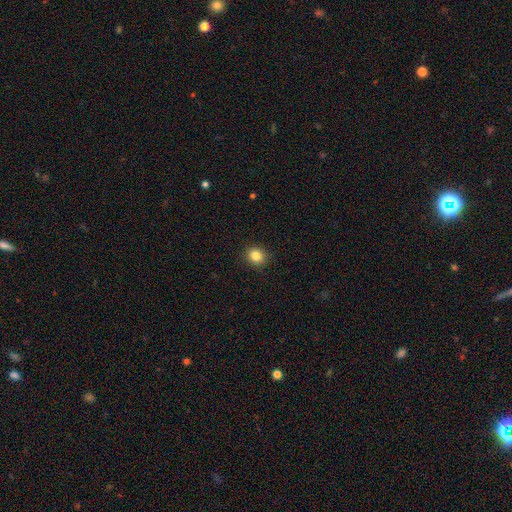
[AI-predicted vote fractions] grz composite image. It shows a smooth galaxy with no disk features (84%) that is round (82%). Merging: none (91%).